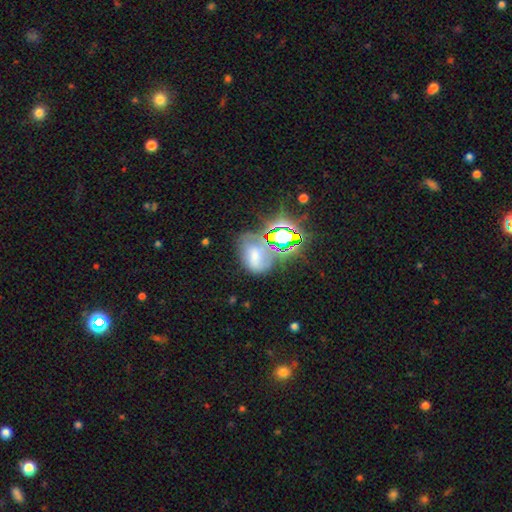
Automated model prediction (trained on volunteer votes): smooth 43%, star or artifact 35%, featured or disk 22%. Down the decision tree: merging — none (39%).